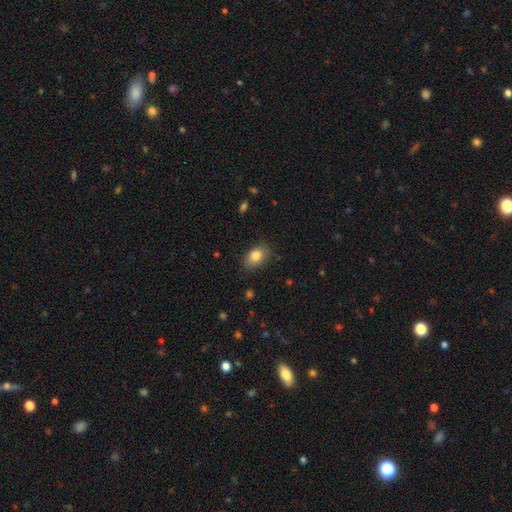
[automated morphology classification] The model was most divided on "merging": none: 82%, minor disturbance: 14%, major disturbance: 3%, merger: 1%. More confident: smooth or featured — smooth (84%); how rounded — in between (84%).